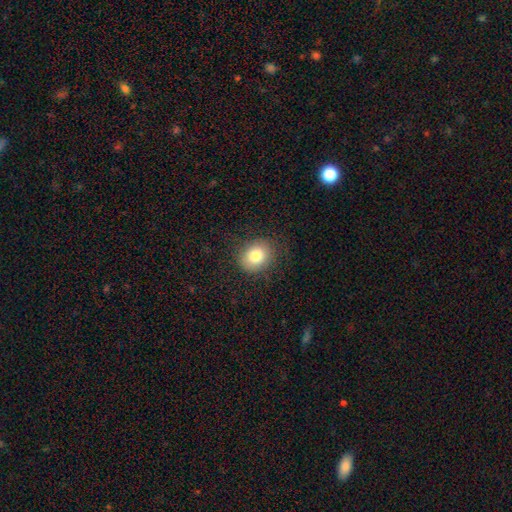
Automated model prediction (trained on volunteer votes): This is clearly a smooth galaxy (81%). How rounded: possibly round (59%). Merging: clearly none (85%).